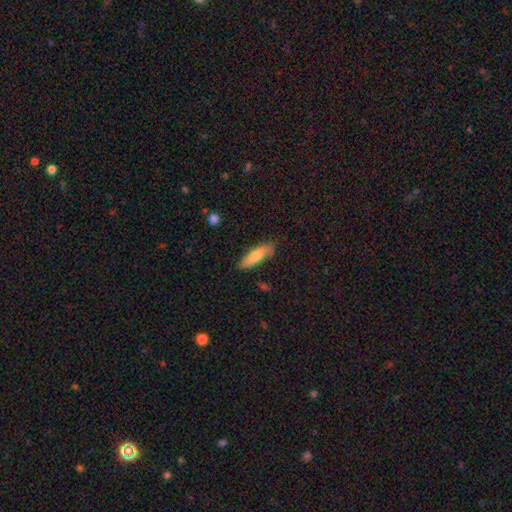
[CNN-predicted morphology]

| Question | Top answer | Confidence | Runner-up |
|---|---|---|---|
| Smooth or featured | smooth | 74% | featured or disk (20%) |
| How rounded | cigar-shaped | 58% | in between (40%) |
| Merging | none | 81% | minor disturbance (14%) |